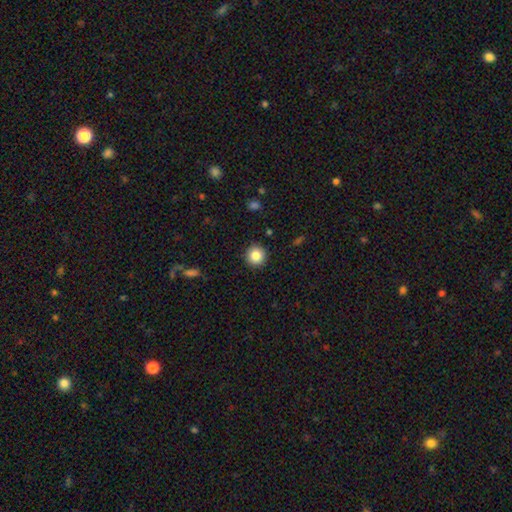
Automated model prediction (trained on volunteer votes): Smooth or featured? smooth (85%)
How rounded? round (95%)
Merging? none (92%)